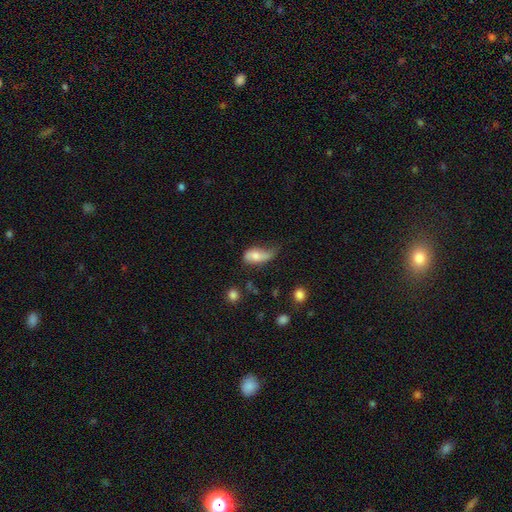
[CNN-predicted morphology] smooth 61%, featured or disk 31%, star or artifact 8%. Down the decision tree: how rounded — in between (88%); merging — minor disturbance (43%).